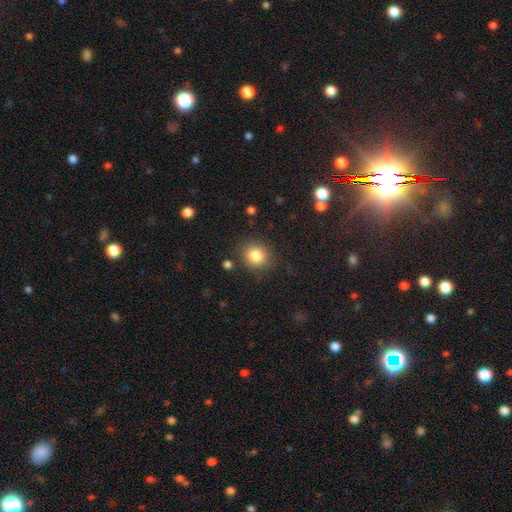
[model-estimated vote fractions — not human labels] Smooth or featured?
  - smooth: 83% *
  - star or artifact: 10%
  - featured or disk: 6%
How rounded?
  - round: 81% *
  - in between: 18%
  - cigar-shaped: 1%
Merging?
  - none: 85% *
  - minor disturbance: 9%
  - major disturbance: 3%
  - merger: 2%